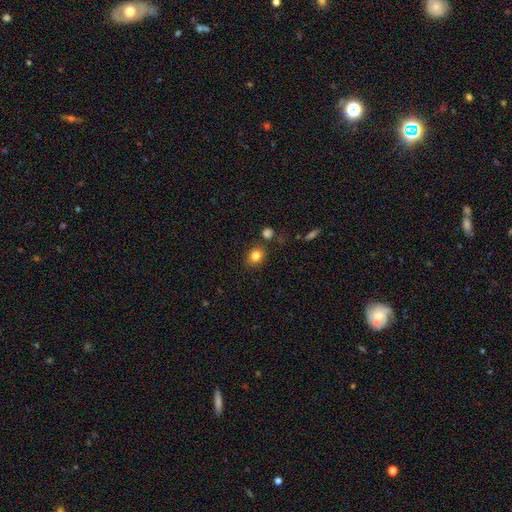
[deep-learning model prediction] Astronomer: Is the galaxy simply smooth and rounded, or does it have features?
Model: smooth — 83%.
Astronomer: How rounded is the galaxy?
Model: round — 63%.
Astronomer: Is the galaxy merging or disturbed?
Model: none — 82%.